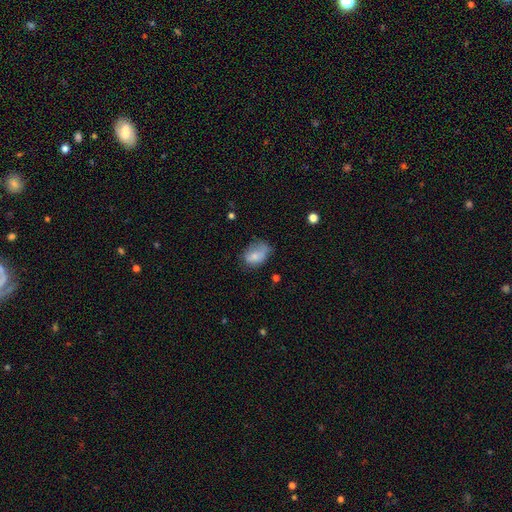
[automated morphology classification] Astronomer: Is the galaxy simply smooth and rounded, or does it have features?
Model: smooth — 76%.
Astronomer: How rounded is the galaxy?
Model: in between — 81%.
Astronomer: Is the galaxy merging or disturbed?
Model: none — 42% (runner-up: minor disturbance, 37%).